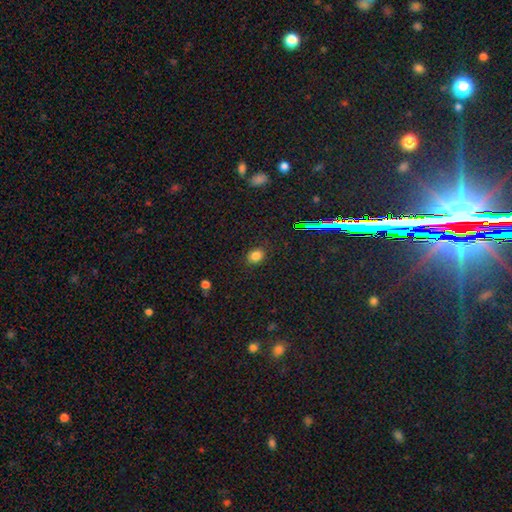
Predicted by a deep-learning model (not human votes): Morphology: type=smooth (80%); roundness=in between (52%); merging=none (86%).